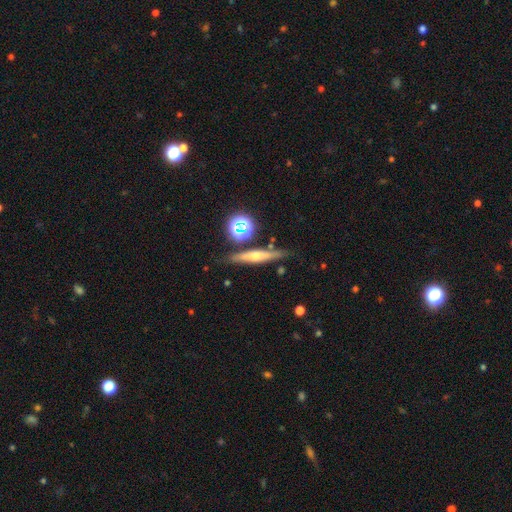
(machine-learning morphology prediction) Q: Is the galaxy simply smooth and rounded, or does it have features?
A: featured or disk — 57%.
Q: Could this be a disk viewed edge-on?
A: yes — 91%.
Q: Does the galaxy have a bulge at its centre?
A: rounded — 80%.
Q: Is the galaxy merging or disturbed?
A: none — 78%.